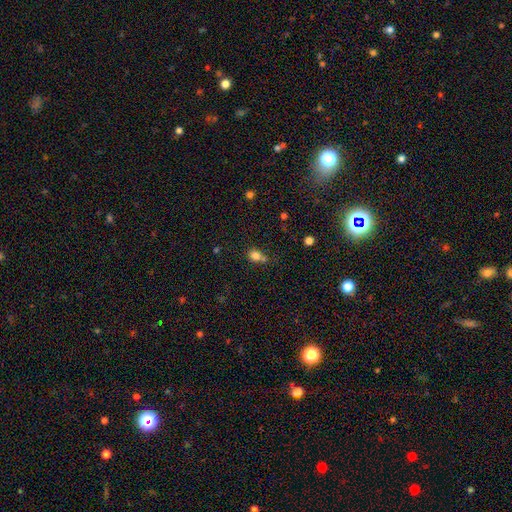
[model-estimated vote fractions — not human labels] smooth-or-featured: smooth: 80% | star or artifact: 13% | featured or disk: 7%
  how-rounded: round: 65% | in between: 34% | cigar-shaped: 1%
  merging: none: 52% | merger: 25% | minor disturbance: 17% | major disturbance: 6%